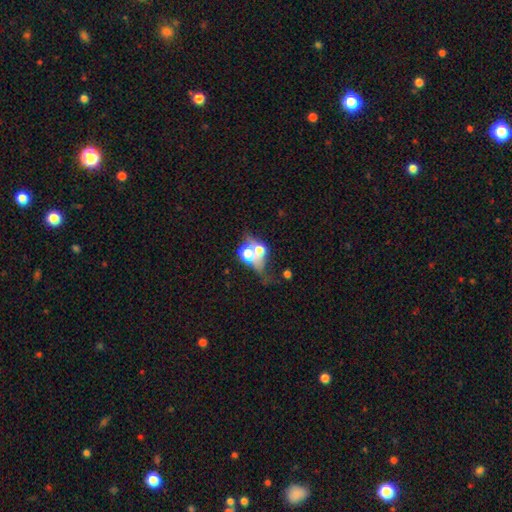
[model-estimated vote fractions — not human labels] smooth 50%, featured or disk 27%, star or artifact 23%. Down the decision tree: how rounded — round (56%); merging — merger (45%).